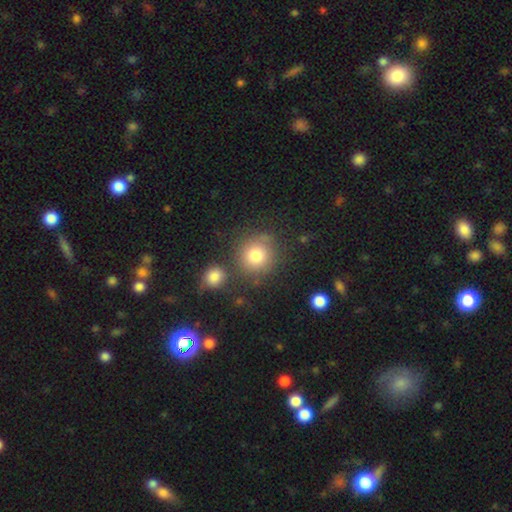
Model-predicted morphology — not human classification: A smooth galaxy with no disk features (79%) that is round (90%). Merging: none (71%).